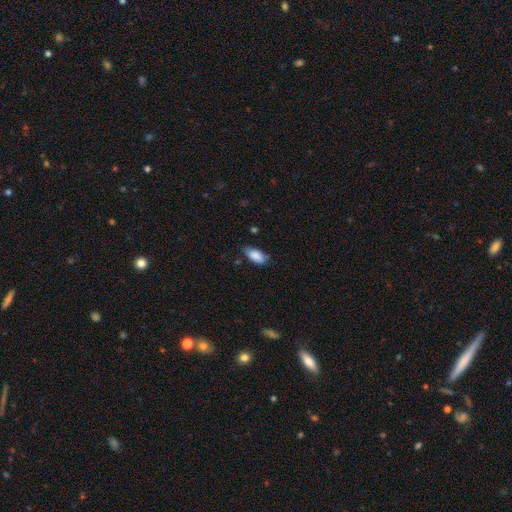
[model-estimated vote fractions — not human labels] Smooth or featured? Predicted: smooth (p=0.87). How rounded? Predicted: in between (p=0.88). Merging? Predicted: none (p=0.74).